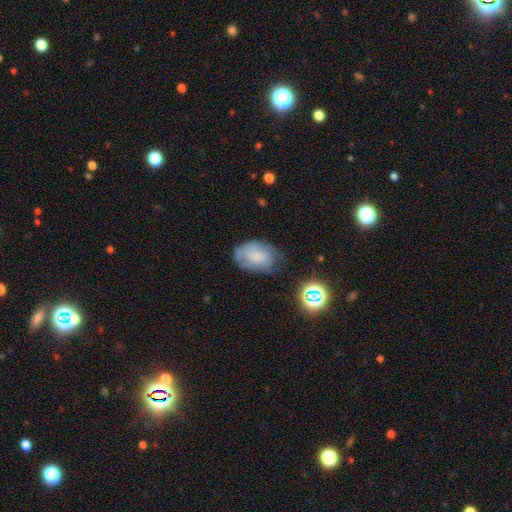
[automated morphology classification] Smooth or featured: smooth — 51% (featured or disk — 38%)
How rounded: in between — 80% (round — 19%)
Merging: none — 51% (minor disturbance — 32%)